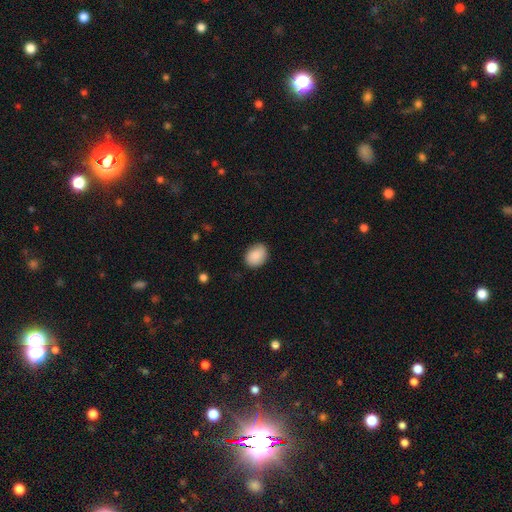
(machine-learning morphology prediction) A smooth galaxy with no disk features (89%) that is in between round and cigar-shaped (68%).

Vote fractions:
- Smooth or featured? smooth: 89% / star or artifact: 7% / featured or disk: 4%
- How rounded? in between: 68% / round: 31% / cigar-shaped: 1%
- Merging? none: 80% / minor disturbance: 16% / major disturbance: 3% / merger: 1%